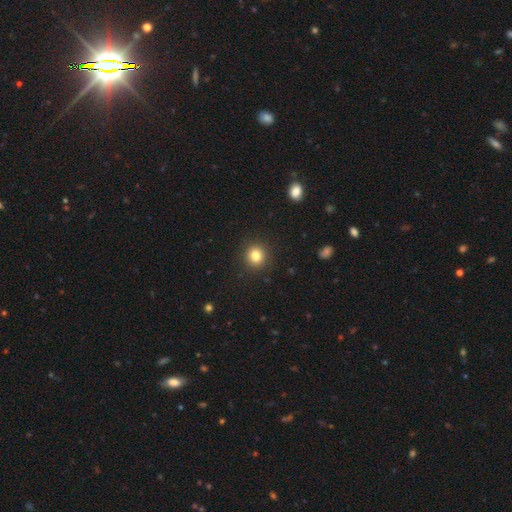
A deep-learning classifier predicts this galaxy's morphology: smooth 82%, star or artifact 12%, featured or disk 7%. Down the decision tree: how rounded — round (91%); merging — none (92%).